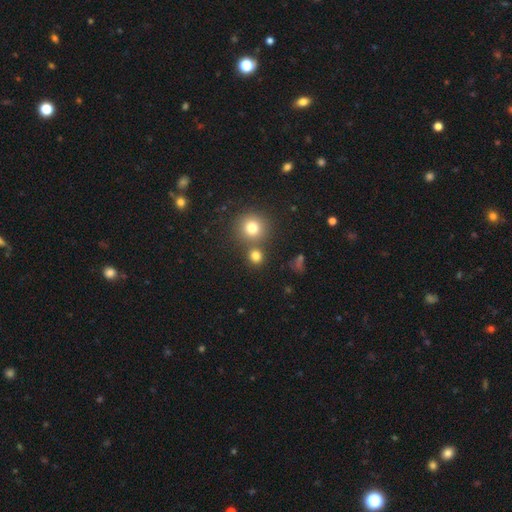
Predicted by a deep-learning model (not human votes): Smooth or featured?
  - smooth: 78% *
  - star or artifact: 16%
  - featured or disk: 6%
How rounded?
  - round: 86% *
  - in between: 13%
  - cigar-shaped: 1%
Merging?
  - none: 71% *
  - merger: 19%
  - minor disturbance: 7%
  - major disturbance: 3%